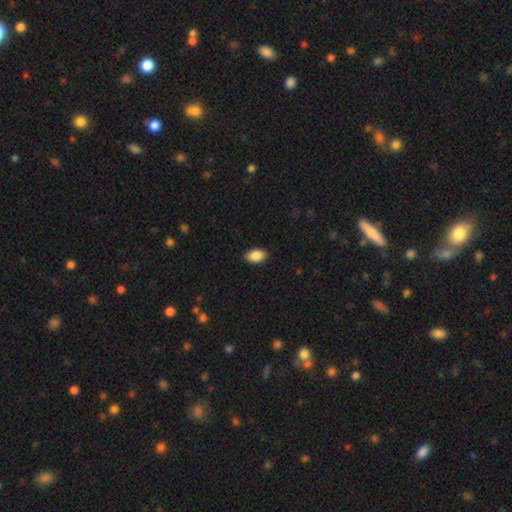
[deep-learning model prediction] This is clearly a smooth galaxy (88%). How rounded: clearly in between (92%). Merging: clearly none (89%).